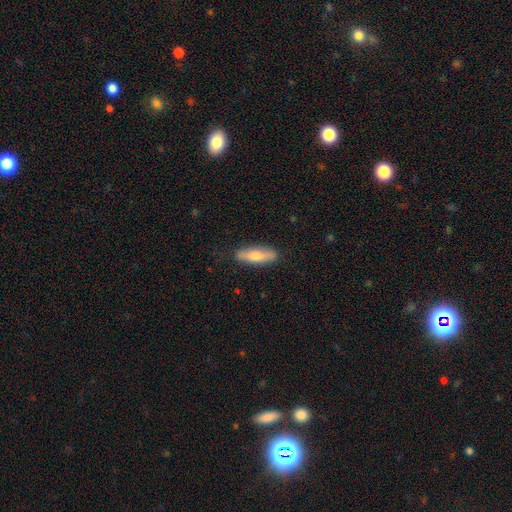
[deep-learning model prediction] Overall: smooth (65%; featured or disk 28%). How rounded: cigar-shaped (60%; in between 38%). Merging: none (85%).